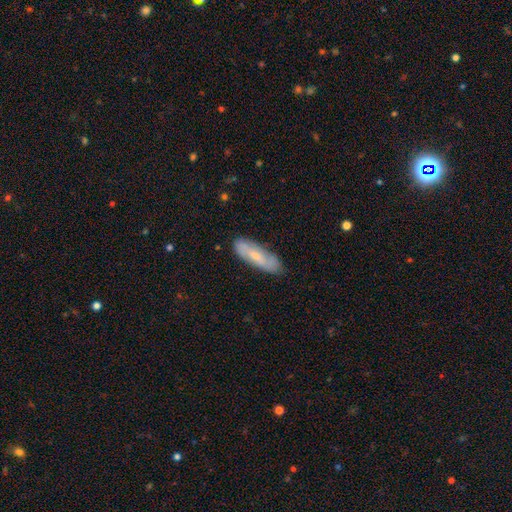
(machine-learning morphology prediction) A smooth galaxy with no disk features (54%) that is cigar-shaped (50%).

Vote fractions:
- Smooth or featured? smooth: 54% / featured or disk: 39% / star or artifact: 7%
- How rounded? cigar-shaped: 50% / in between: 48% / round: 2%
- Merging? none: 83% / minor disturbance: 13% / major disturbance: 3% / merger: 1%